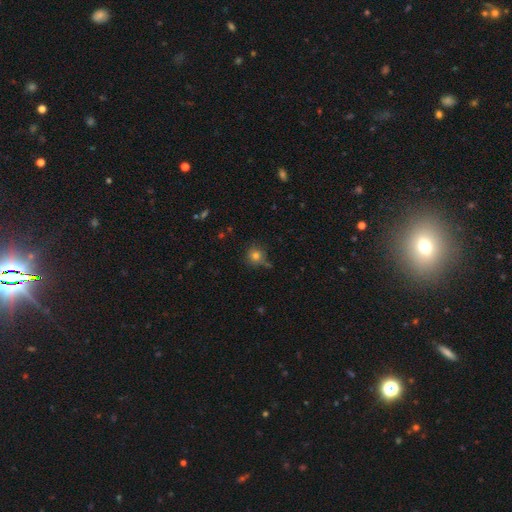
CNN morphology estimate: A smooth galaxy with no disk features (79%) that is round (92%).

Vote fractions:
- Smooth or featured? smooth: 79% / star or artifact: 13% / featured or disk: 8%
- How rounded? round: 92% / in between: 7% / cigar-shaped: 1%
- Merging? none: 74% / minor disturbance: 15% / merger: 7% / major disturbance: 4%